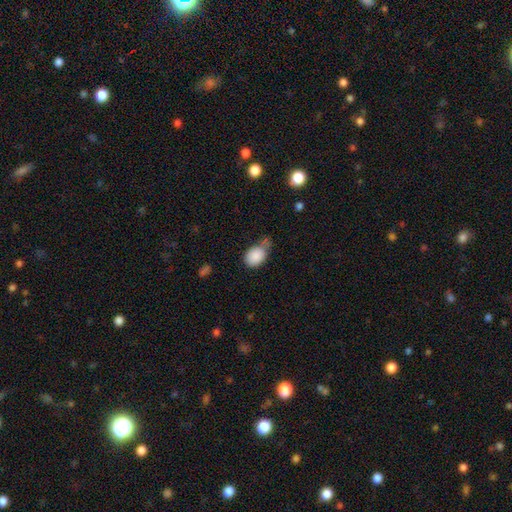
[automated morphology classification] Smooth or featured? smooth (87%)
How rounded? in between (68%)
Merging? none (43%)